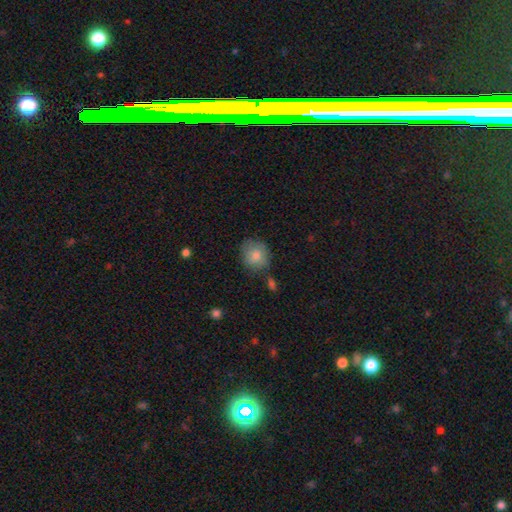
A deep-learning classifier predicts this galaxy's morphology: smooth-or-featured: smooth: 82% | featured or disk: 11% | star or artifact: 8%
  how-rounded: round: 73% | in between: 26% | cigar-shaped: 1%
  merging: none: 68% | minor disturbance: 20% | merger: 6% | major disturbance: 5%